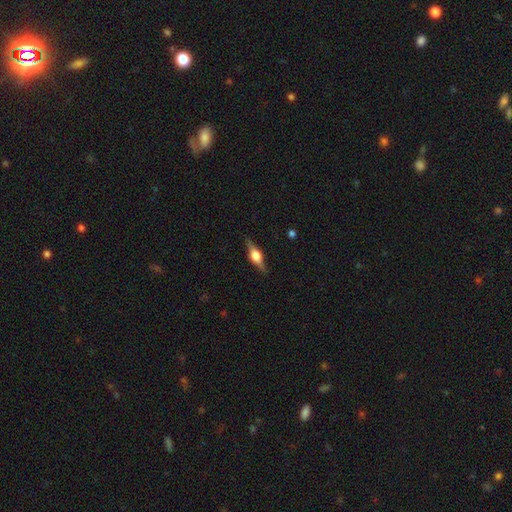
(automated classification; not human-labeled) A featured or disk galaxy (73%) viewed edge-on (97%) with a rounded central bulge (92%).

Vote fractions:
- Smooth or featured? featured or disk: 73% / smooth: 20% / star or artifact: 7%
- Edge-on disk? yes: 97% / no: 3%
- Edge-on bulge? rounded: 92% / boxy: 7% / none: 1%
- Merging? none: 87% / minor disturbance: 10% / major disturbance: 2% / merger: 1%